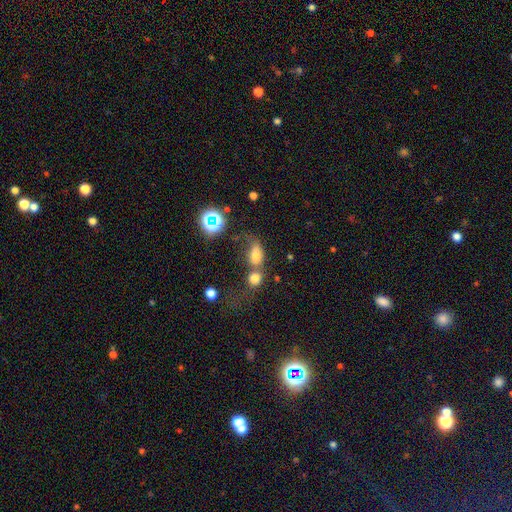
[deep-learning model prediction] A smooth galaxy with no disk features (69%) that is in between round and cigar-shaped (71%). Merging: merger (47%).